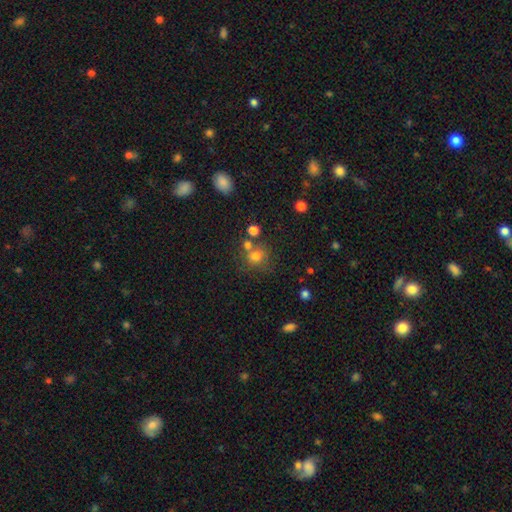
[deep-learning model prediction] Q: Smooth or featured?
A: smooth (73%); runner-up: star or artifact (16%)
Q: How rounded?
A: round (85%); runner-up: in between (14%)
Q: Merging?
A: none (60%); runner-up: merger (23%)